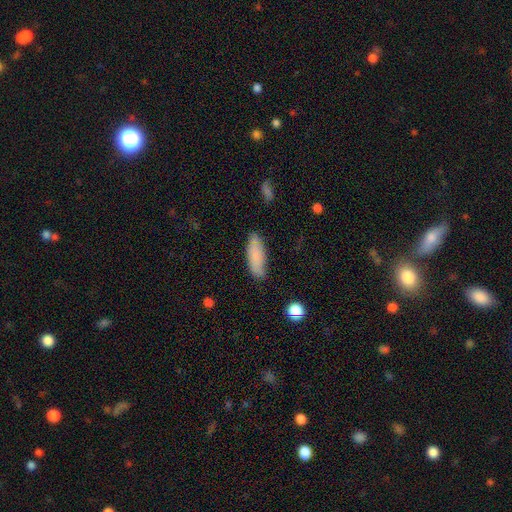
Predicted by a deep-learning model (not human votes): The model was most divided on "how rounded": in between: 60%, cigar-shaped: 38%, round: 2%. More confident: smooth or featured — smooth (83%); merging — none (77%).